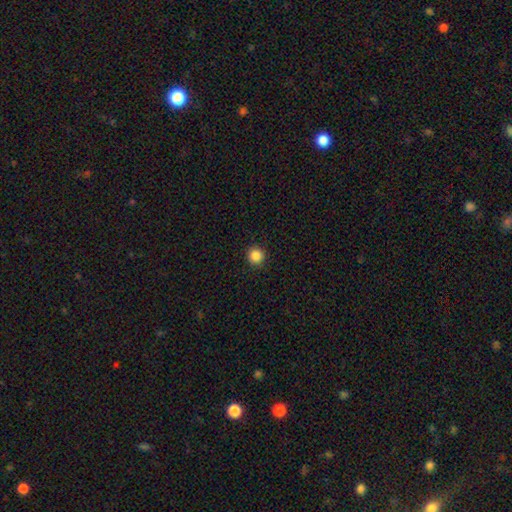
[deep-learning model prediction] Smooth or featured? smooth (86%)
How rounded? round (95%)
Merging? none (93%)